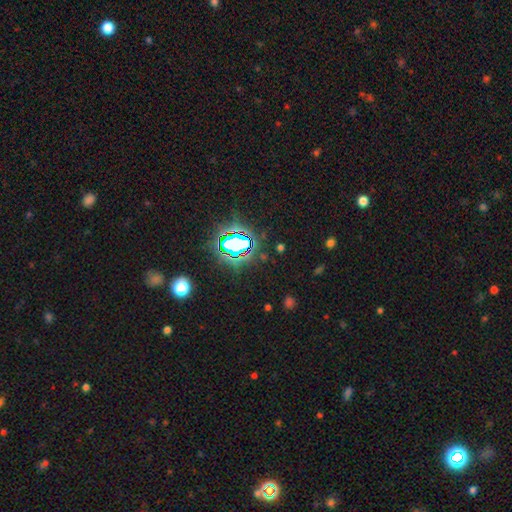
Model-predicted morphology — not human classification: This is clearly a star or artifact rather than a galaxy (83%).